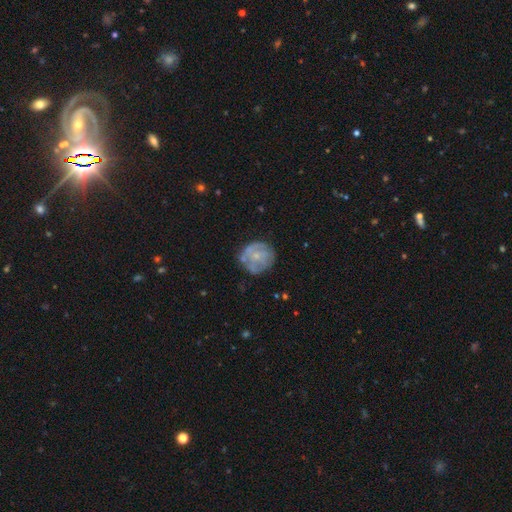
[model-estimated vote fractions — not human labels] The model was most divided on "spiral arms": no: 51%, yes: 49%. More confident: edge-on disk — no (98%); bar — no (82%); merging — none (64%); bulge size — small (63%); smooth or featured — featured or disk (60%).